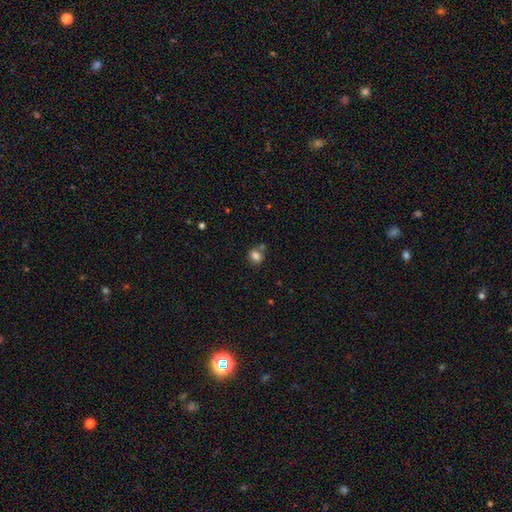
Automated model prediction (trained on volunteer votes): smooth_or_featured: smooth (p=0.81) [alt: star or artifact p=0.12]
how_rounded: in between (p=0.53) [alt: round p=0.46]
merging: none (p=0.57) [alt: merger p=0.24]